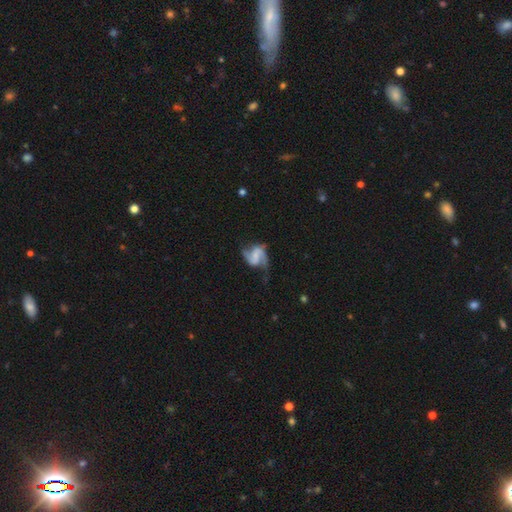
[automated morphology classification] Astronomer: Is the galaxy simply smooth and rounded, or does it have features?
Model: featured or disk — 81%.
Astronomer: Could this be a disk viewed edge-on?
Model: no — 98%.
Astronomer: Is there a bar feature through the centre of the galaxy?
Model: weak — 44% (runner-up: no, 31%).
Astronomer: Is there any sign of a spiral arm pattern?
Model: yes — 94%.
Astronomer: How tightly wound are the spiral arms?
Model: loose — 48% (runner-up: medium, 41%).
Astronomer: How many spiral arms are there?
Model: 2 — 88%.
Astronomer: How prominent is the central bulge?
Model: none — 44% (runner-up: small, 32%).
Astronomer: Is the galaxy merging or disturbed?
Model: none — 57%.